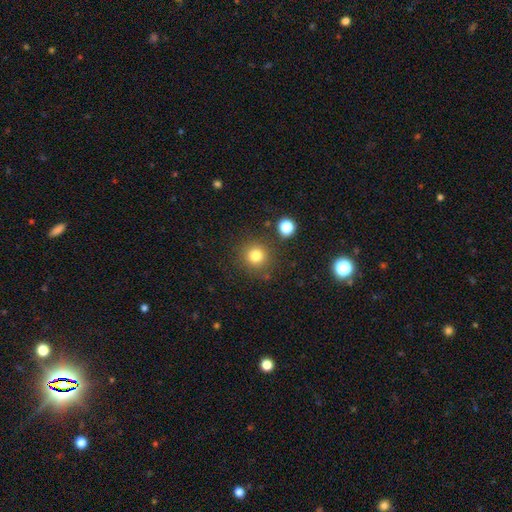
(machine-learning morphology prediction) smooth-or-featured: smooth: 80% | star or artifact: 13% | featured or disk: 7%
  how-rounded: round: 93% | in between: 6% | cigar-shaped: 1%
  merging: none: 85% | minor disturbance: 8% | merger: 4% | major disturbance: 3%